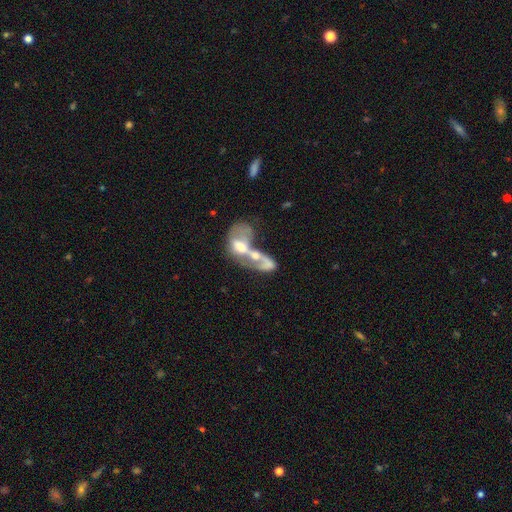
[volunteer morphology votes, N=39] Smooth or featured? featured or disk (72%)
Edge-on disk? no (82%)
Bar? weak (43%)
Spiral arms? yes (65%)
Spiral winding? loose (53%)
Spiral arm count? 1 (53%)
Bulge size? moderate (78%)
Merging? merger (74%)